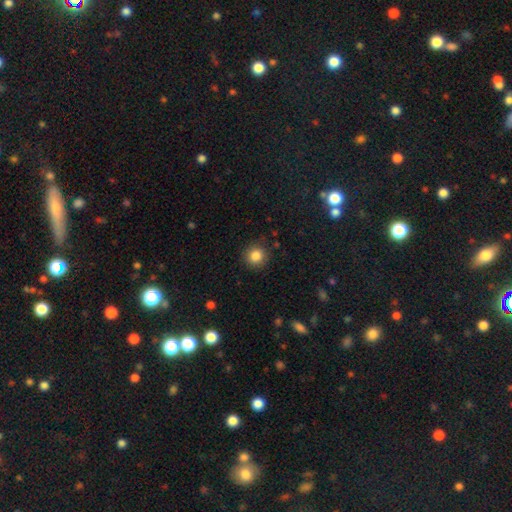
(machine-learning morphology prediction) Smooth or featured?
  - smooth: 84% *
  - star or artifact: 10%
  - featured or disk: 5%
How rounded?
  - round: 91% *
  - in between: 8%
  - cigar-shaped: 1%
Merging?
  - none: 87% *
  - minor disturbance: 9%
  - major disturbance: 3%
  - merger: 1%